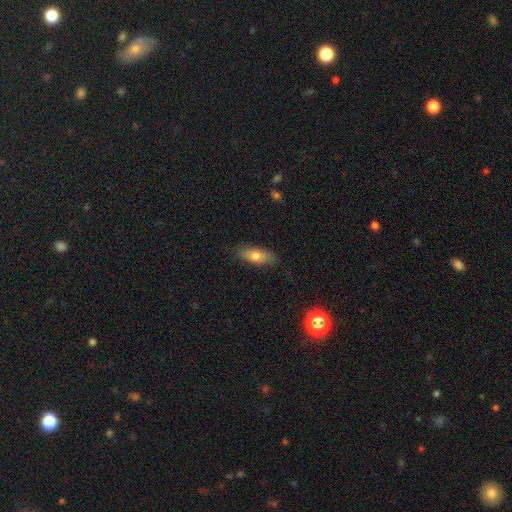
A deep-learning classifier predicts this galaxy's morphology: Overall: smooth (73%). How rounded: in between (71%). Merging: none (84%).